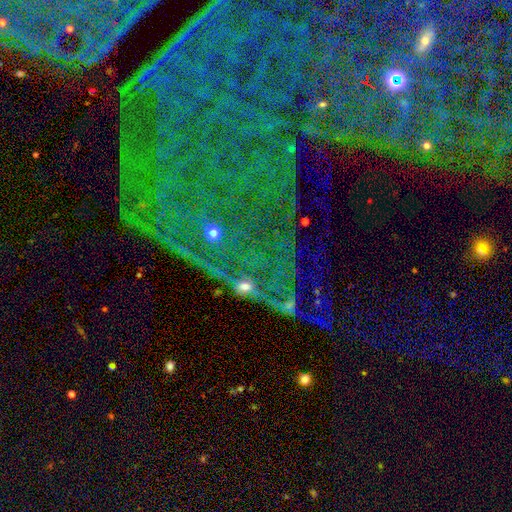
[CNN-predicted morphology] A star or artifact, not a galaxy (79%).

Vote fractions:
- Smooth or featured? star or artifact: 79% / featured or disk: 12% / smooth: 9%